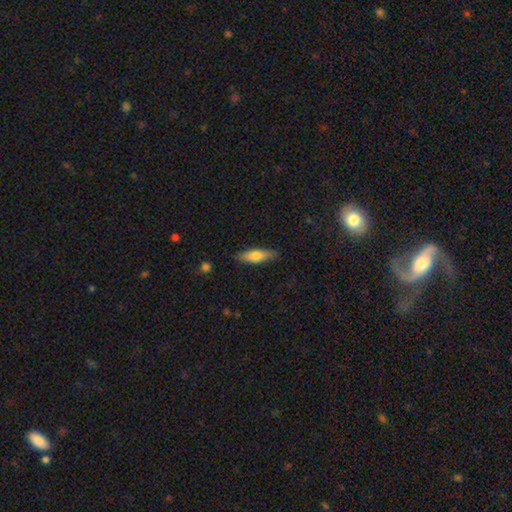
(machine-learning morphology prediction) smooth 69%, featured or disk 24%, star or artifact 6%. Down the decision tree: how rounded — cigar-shaped (49%, tied with in between); merging — none (85%).